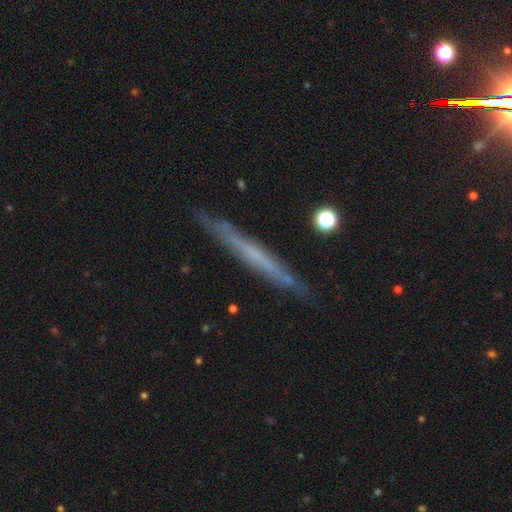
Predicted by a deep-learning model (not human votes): Smooth or featured: featured or disk — 57% (smooth — 34%)
Edge-on disk: yes — 93% (no — 7%)
Edge-on bulge: none — 84% (rounded — 11%)
Merging: none — 87% (minor disturbance — 10%)